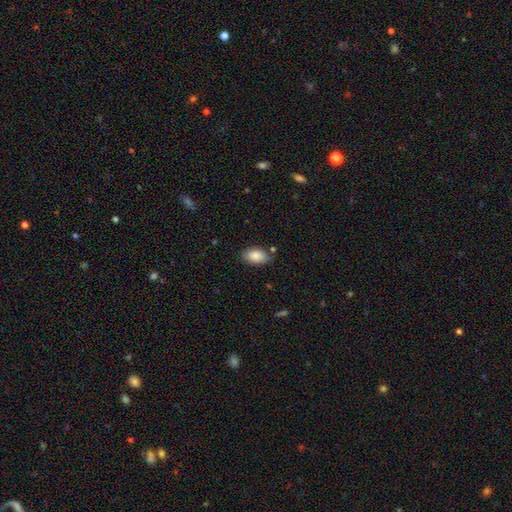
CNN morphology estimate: smooth_or_featured: smooth (p=0.86) [alt: featured or disk p=0.07]
how_rounded: in between (p=0.92) [alt: round p=0.06]
merging: none (p=0.77) [alt: minor disturbance p=0.16]